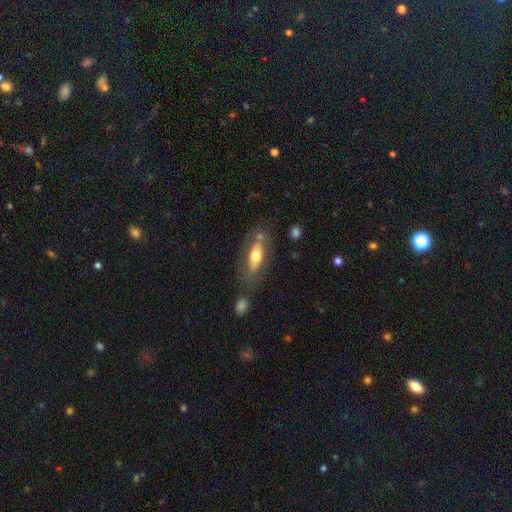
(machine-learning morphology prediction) Smooth or featured? Predicted: smooth (p=0.56). How rounded? Predicted: in between (p=0.73). Merging? Predicted: none (p=0.63).